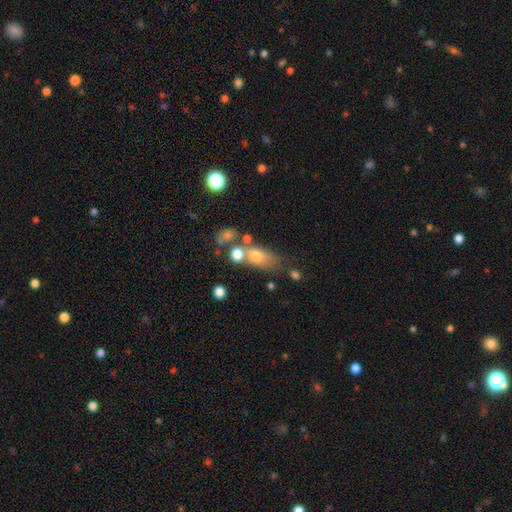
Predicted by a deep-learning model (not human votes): This is likely a smooth galaxy (67%). How rounded: likely in between (71%). Merging: marginally none (40%).